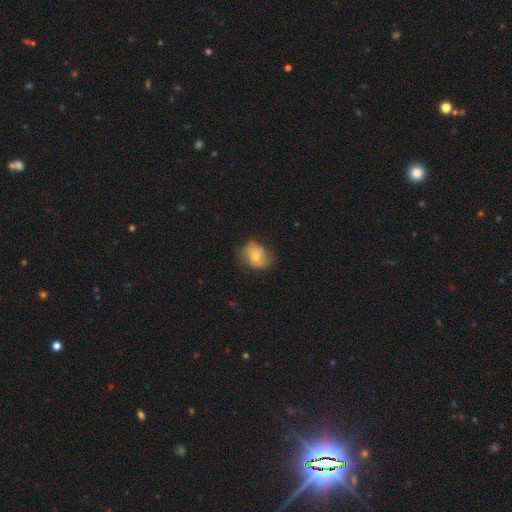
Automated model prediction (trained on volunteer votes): This appears to be a smooth galaxy with no disk features (65%) that is in between round and cigar-shaped (58%). Merging: none (67%).